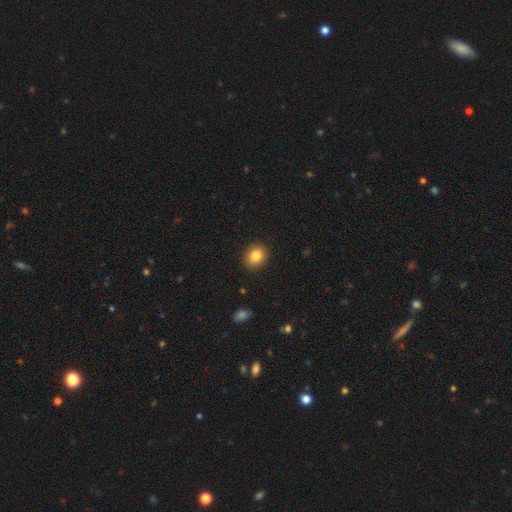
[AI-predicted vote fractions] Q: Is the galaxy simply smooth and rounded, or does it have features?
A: smooth — 84%.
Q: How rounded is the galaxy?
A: round — 63%.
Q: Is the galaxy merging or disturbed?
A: none — 89%.